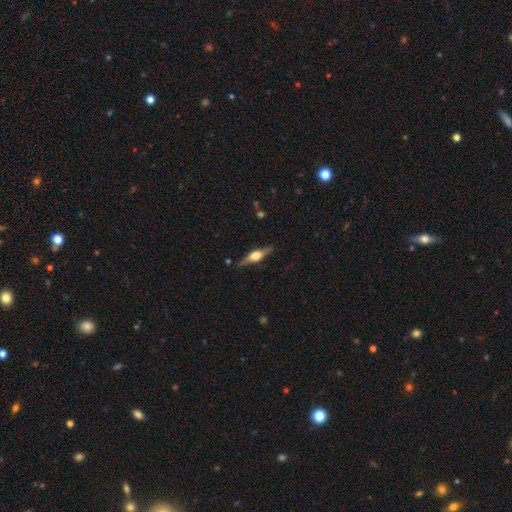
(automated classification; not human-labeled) Q: Smooth or featured?
A: featured or disk (69%); runner-up: smooth (25%)
Q: Edge-on disk?
A: yes (96%); runner-up: no (4%)
Q: Edge-on bulge?
A: rounded (91%); runner-up: boxy (7%)
Q: Merging?
A: none (85%); runner-up: minor disturbance (11%)